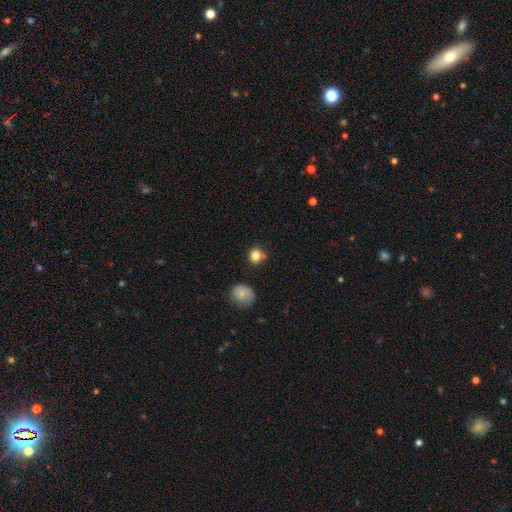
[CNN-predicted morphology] smooth 82%, star or artifact 12%, featured or disk 6%. Down the decision tree: how rounded — round (85%); merging — none (76%).